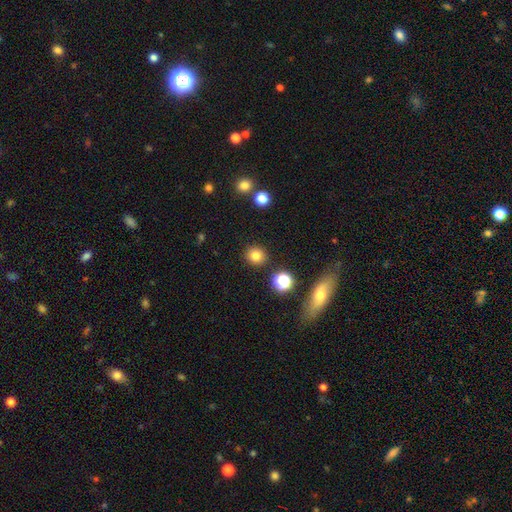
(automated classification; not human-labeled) Smooth or featured?
  - smooth: 79% *
  - star or artifact: 14%
  - featured or disk: 7%
How rounded?
  - round: 88% *
  - in between: 11%
  - cigar-shaped: 1%
Merging?
  - none: 89% *
  - minor disturbance: 6%
  - merger: 2%
  - major disturbance: 2%